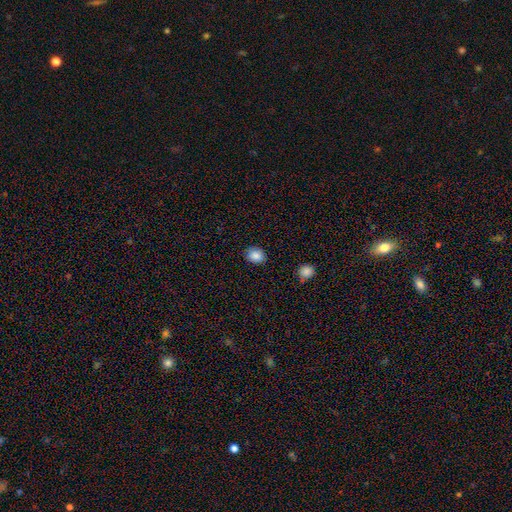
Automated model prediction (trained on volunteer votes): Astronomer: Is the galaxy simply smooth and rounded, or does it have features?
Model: smooth — 86%.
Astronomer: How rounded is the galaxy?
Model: round — 63%.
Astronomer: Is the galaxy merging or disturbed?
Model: none — 86%.